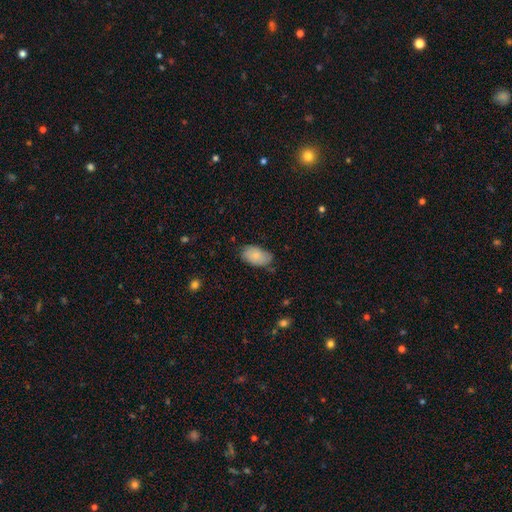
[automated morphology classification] type=smooth (82%); roundness=in between (94%); merging=none (71%).